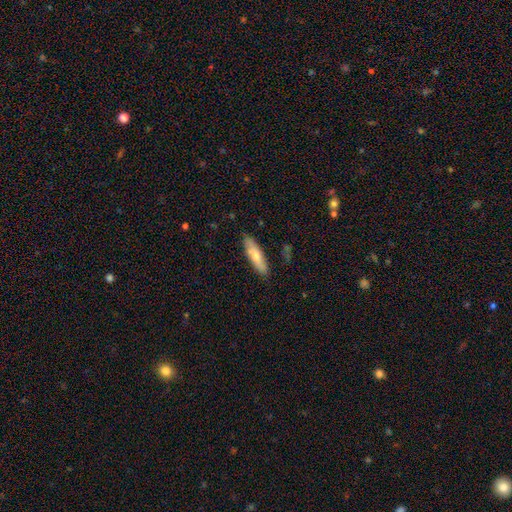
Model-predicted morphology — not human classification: This is possibly a smooth galaxy (57%). How rounded: likely cigar-shaped (65%). Merging: clearly none (86%).